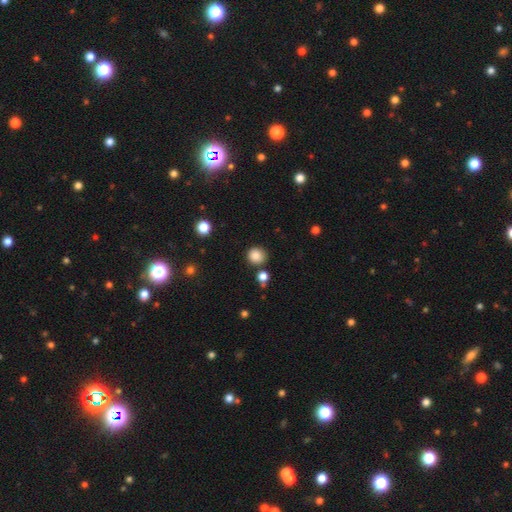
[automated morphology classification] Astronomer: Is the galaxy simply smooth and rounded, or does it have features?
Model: smooth — 85%.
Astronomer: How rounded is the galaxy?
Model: round — 89%.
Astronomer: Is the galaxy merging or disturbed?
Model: none — 83%.